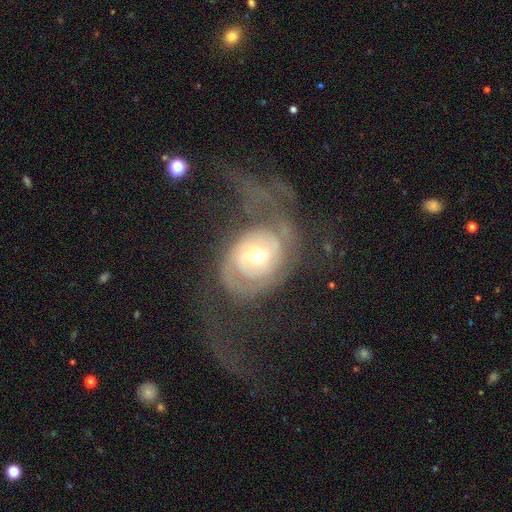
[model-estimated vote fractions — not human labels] This is clearly a featured or disk galaxy (85%). It is clearly not viewed edge-on (96%). Bar: likely no (62%). Spiral arm pattern: clearly yes (90%). Spiral arm count: possibly 2 (54%). Spiral winding: possibly tight (56%). Central bulge: possibly moderate (58%). Merging: marginally major disturbance (44%).